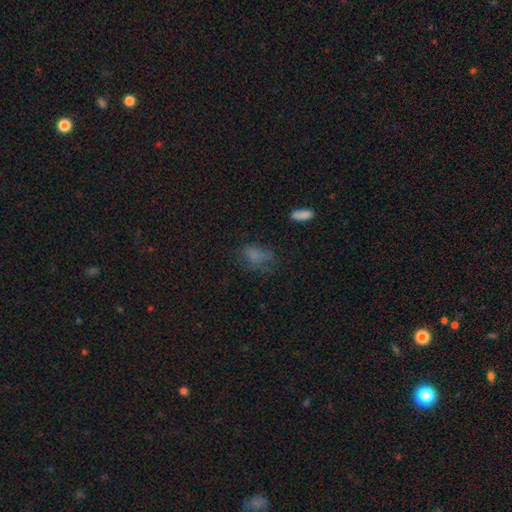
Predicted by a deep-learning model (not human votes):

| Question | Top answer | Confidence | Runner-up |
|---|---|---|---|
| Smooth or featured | smooth | 66% | star or artifact (17%) |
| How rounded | in between | 76% | round (19%) |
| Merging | none | 47% | minor disturbance (25%) |